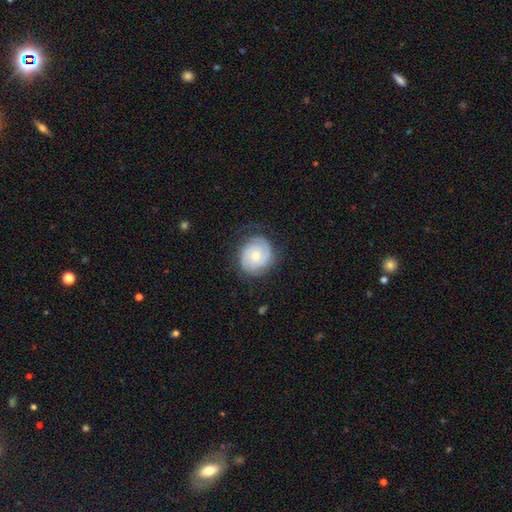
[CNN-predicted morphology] smooth-or-featured: featured or disk: 72% | smooth: 22% | star or artifact: 6%
  disk-edge-on: no: 98% | yes: 2%
    bar: no: 71% | weak: 25% | strong: 4%
    has-spiral-arms: yes: 94% | no: 6%
      spiral-winding: tight: 65% | medium: 28% | loose: 8%
      spiral-arm-count: 2: 49% | can't tell: 23% | 3: 15% | 1: 6% | 4: 4% | more than 4: 3%
    bulge-size: small: 50% | moderate: 44% | large: 2% | none: 2% | dominant: 1%
  merging: none: 71% | minor disturbance: 19% | major disturbance: 8% | merger: 1%